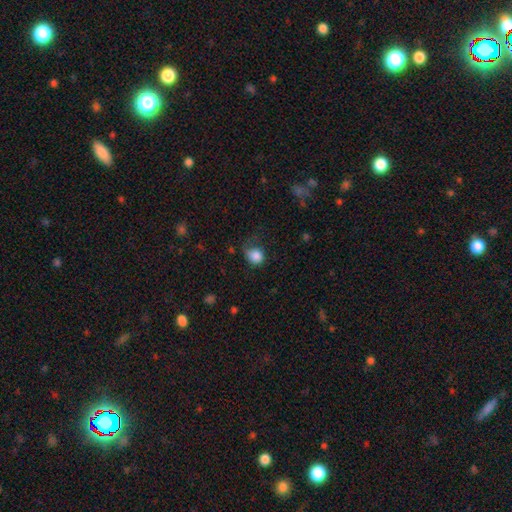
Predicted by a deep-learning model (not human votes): smooth_or_featured: smooth (p=0.85) [alt: star or artifact p=0.09]
how_rounded: round (p=0.71) [alt: in between p=0.28]
merging: none (p=0.47) [alt: minor disturbance p=0.33]